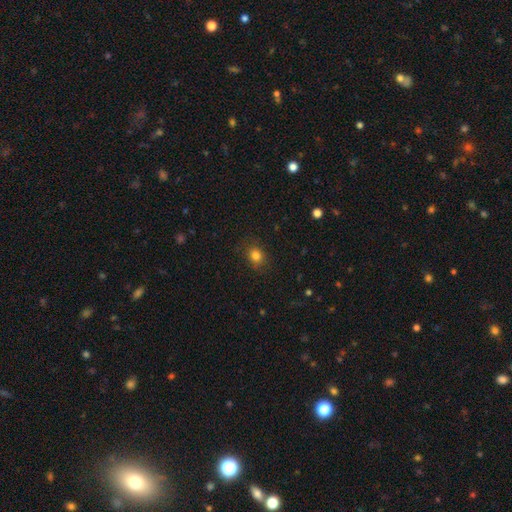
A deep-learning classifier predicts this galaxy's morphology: This is clearly a smooth galaxy (82%). How rounded: likely round (63%). Merging: clearly none (85%).